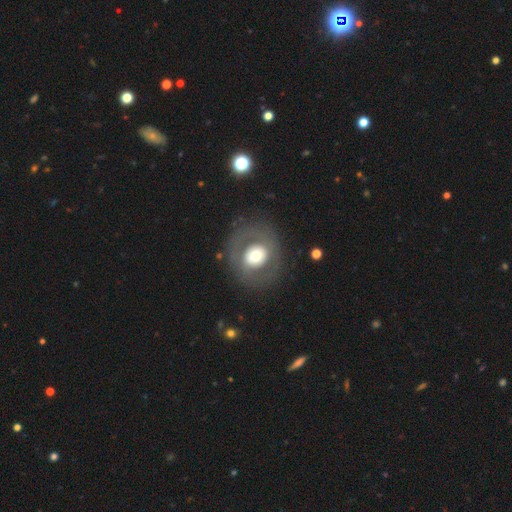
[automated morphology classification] Smooth or featured?
  - smooth: 50% *
  - featured or disk: 43%
  - star or artifact: 8%
Merging?
  - none: 81% *
  - minor disturbance: 9%
  - major disturbance: 9%
  - merger: 1%